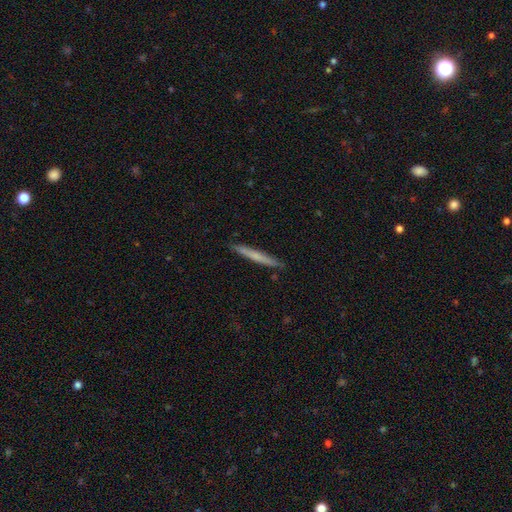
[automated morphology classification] smooth 56%, featured or disk 38%, star or artifact 6%. Down the decision tree: how rounded — cigar-shaped (97%); merging — none (91%).